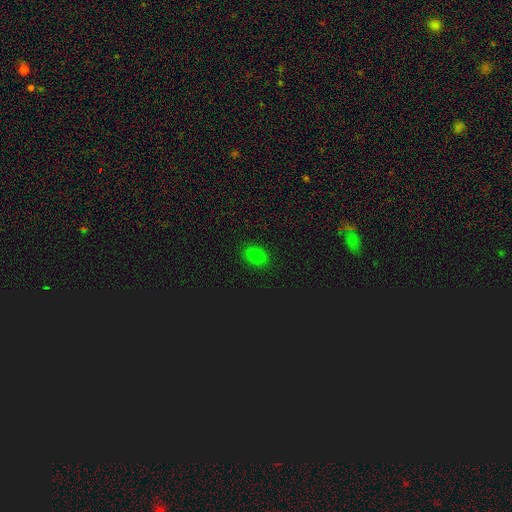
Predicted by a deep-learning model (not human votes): This appears to be a smooth galaxy with no disk features (75%) that is in between round and cigar-shaped (79%). Merging: none (88%).